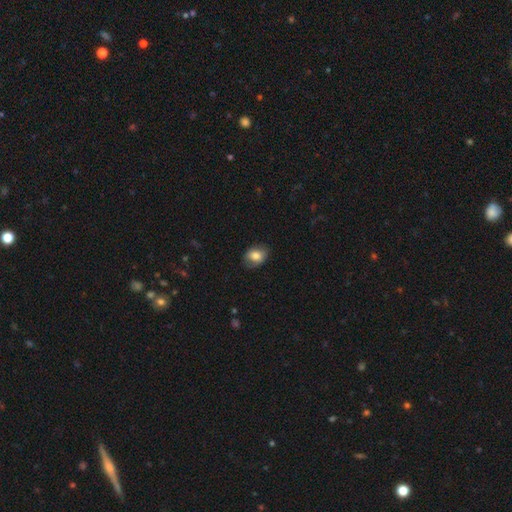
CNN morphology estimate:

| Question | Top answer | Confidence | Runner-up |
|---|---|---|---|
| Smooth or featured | smooth | 78% | featured or disk (14%) |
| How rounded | in between | 70% | round (29%) |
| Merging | none | 77% | minor disturbance (18%) |